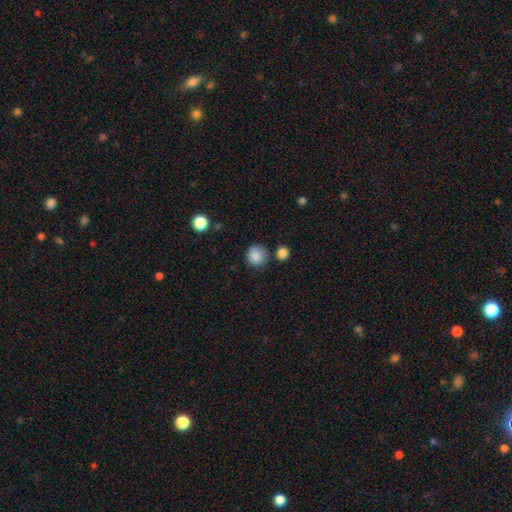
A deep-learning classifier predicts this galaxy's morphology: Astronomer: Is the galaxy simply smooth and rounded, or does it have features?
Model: smooth — 87%.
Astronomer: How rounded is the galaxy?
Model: round — 89%.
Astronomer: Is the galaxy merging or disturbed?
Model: none — 75%.